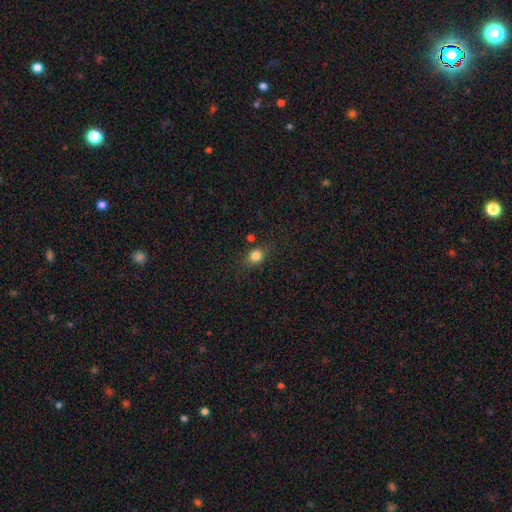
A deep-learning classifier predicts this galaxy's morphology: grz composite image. It shows a smooth galaxy with no disk features (81%) that is round (58%). Merging: none (78%).